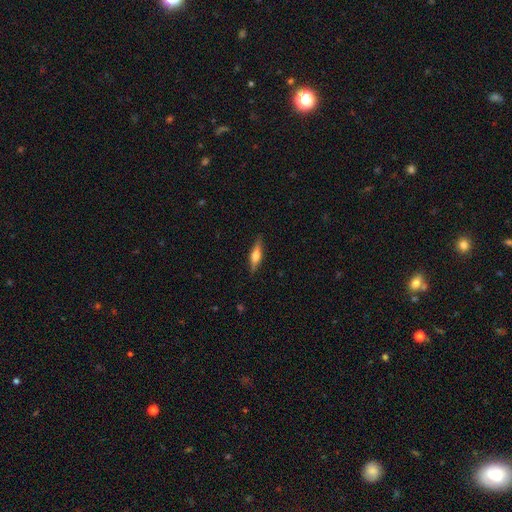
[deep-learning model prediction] A featured or disk galaxy (57%) viewed edge-on (96%) with a rounded central bulge (88%). Merging: none (88%).